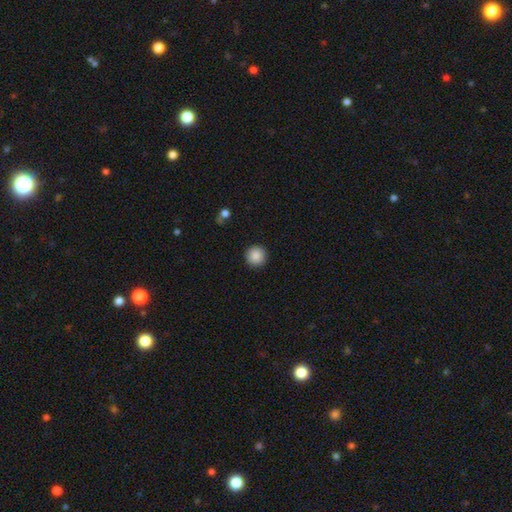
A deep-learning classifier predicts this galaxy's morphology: Smooth or featured? Predicted: smooth (p=0.88). How rounded? Predicted: round (p=0.96). Merging? Predicted: none (p=0.92).